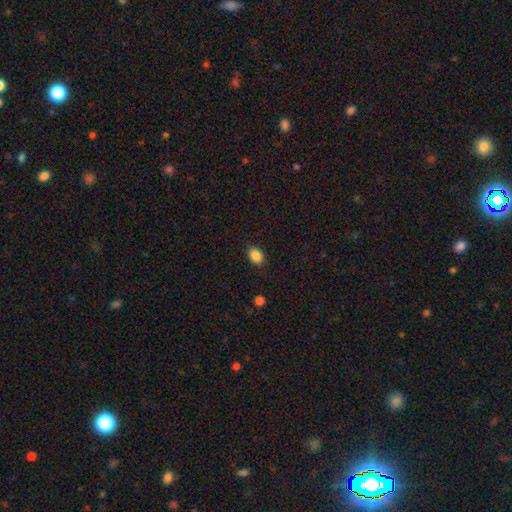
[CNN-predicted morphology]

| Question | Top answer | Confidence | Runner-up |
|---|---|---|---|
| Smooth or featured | smooth | 87% | star or artifact (9%) |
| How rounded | in between | 70% | round (29%) |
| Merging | none | 87% | minor disturbance (10%) |